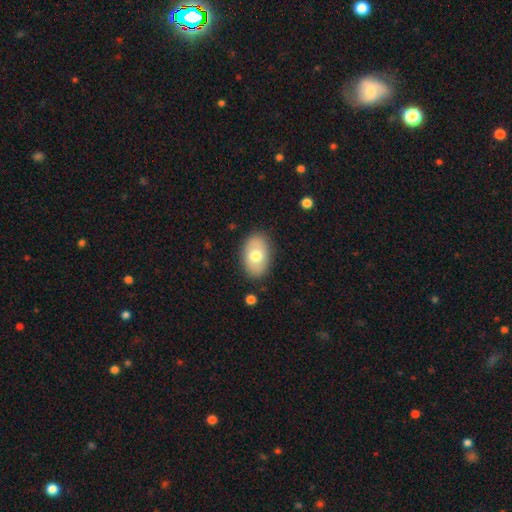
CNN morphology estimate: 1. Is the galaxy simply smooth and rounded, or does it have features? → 69% smooth, 25% featured or disk, 6% star or artifact.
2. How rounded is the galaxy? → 88% in between, 11% round, 1% cigar-shaped.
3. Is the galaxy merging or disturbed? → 85% none, 11% minor disturbance, 3% major disturbance, 1% merger.